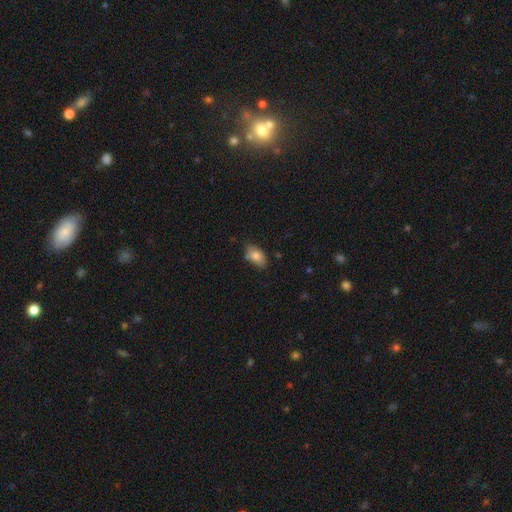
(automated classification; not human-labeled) smooth-or-featured: smooth: 79% | featured or disk: 14% | star or artifact: 8%
  how-rounded: in between: 91% | round: 7% | cigar-shaped: 2%
  merging: none: 73% | minor disturbance: 21% | major disturbance: 3% | merger: 3%